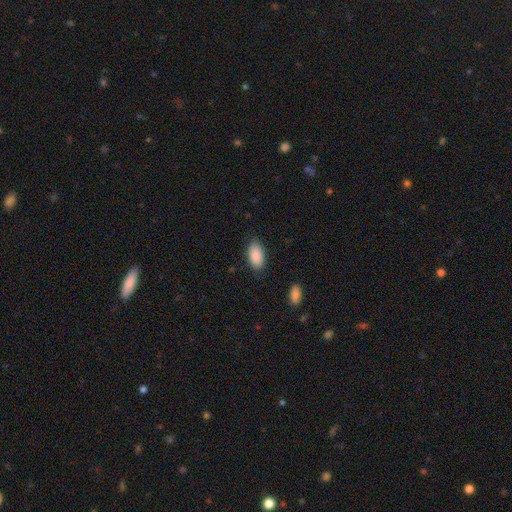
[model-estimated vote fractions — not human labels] Q: Smooth or featured?
A: smooth (90%); runner-up: star or artifact (6%)
Q: How rounded?
A: in between (95%); runner-up: round (3%)
Q: Merging?
A: none (83%); runner-up: minor disturbance (13%)